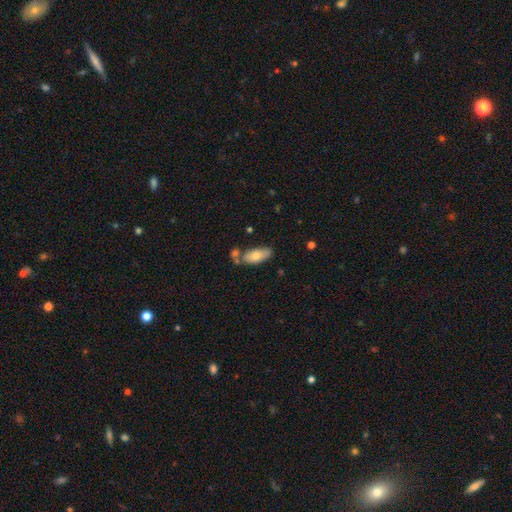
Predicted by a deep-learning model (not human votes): Smooth or featured? smooth (74%)
How rounded? in between (87%)
Merging? none (55%)